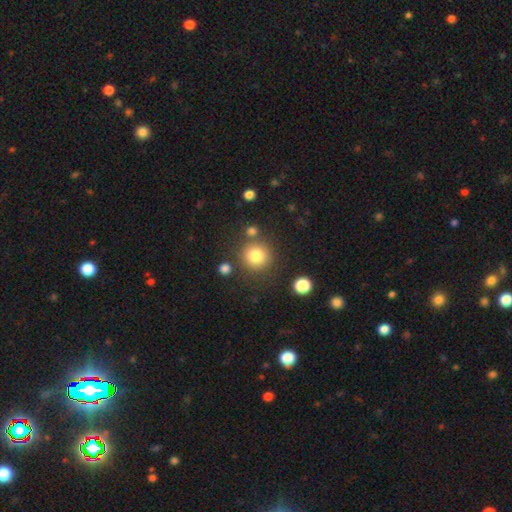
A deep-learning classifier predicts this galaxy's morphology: This is clearly a smooth galaxy (81%). How rounded: clearly round (92%). Merging: likely none (78%).